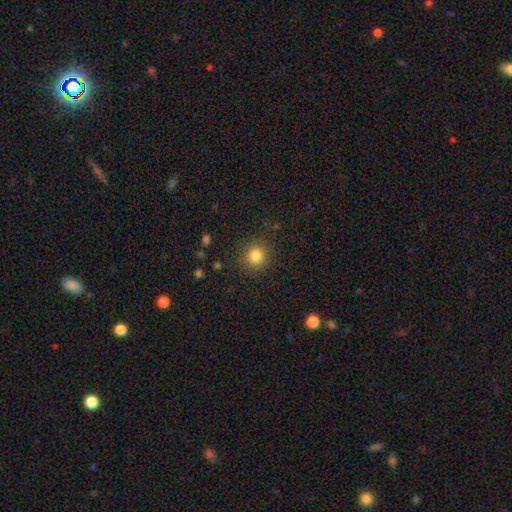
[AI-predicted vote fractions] smooth-or-featured: smooth: 84% | star or artifact: 12% | featured or disk: 5%
  how-rounded: round: 89% | in between: 10% | cigar-shaped: 1%
  merging: none: 88% | minor disturbance: 7% | major disturbance: 3% | merger: 1%